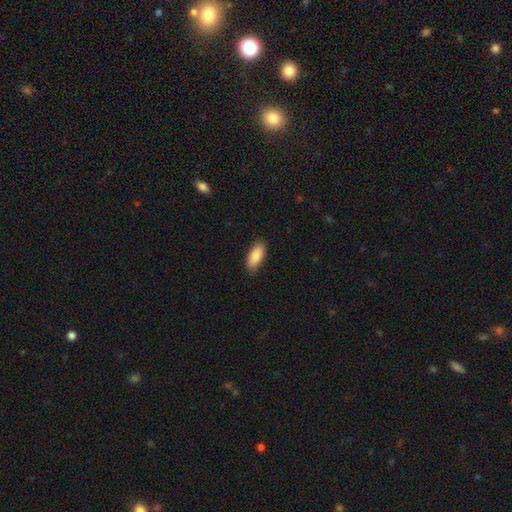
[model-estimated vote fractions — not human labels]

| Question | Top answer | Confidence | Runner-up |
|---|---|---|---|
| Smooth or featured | smooth | 86% | featured or disk (8%) |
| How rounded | in between | 83% | cigar-shaped (15%) |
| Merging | none | 86% | minor disturbance (11%) |